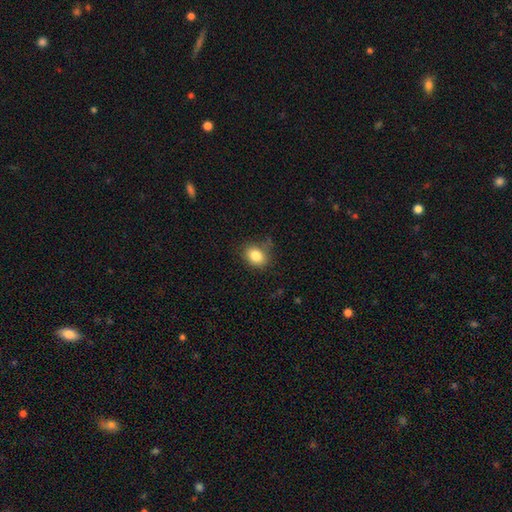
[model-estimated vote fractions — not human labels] Overall: smooth (83%). How rounded: in between (53%; round 46%). Merging: none (70%).